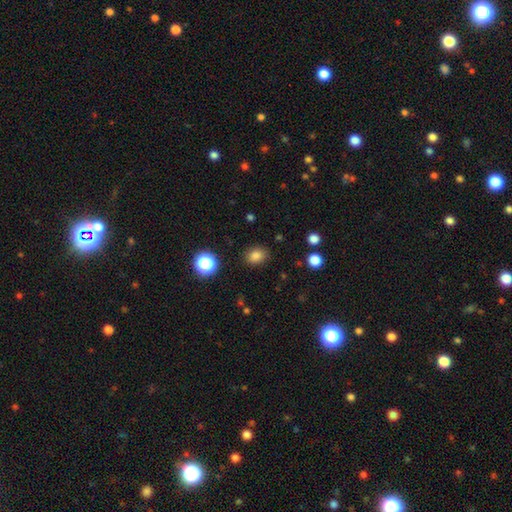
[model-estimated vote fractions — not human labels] Q: Smooth or featured?
A: smooth (81%); runner-up: star or artifact (14%)
Q: How rounded?
A: in between (52%); runner-up: round (47%)
Q: Merging?
A: none (85%); runner-up: minor disturbance (10%)